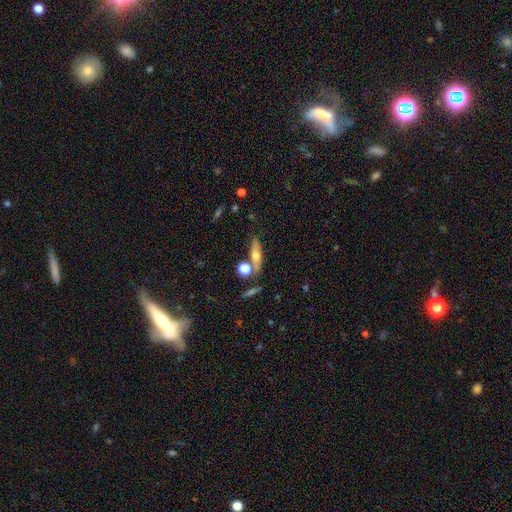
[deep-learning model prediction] Q: Smooth or featured?
A: featured or disk (47%); runner-up: smooth (44%)
Q: Merging?
A: none (69%); runner-up: merger (14%)